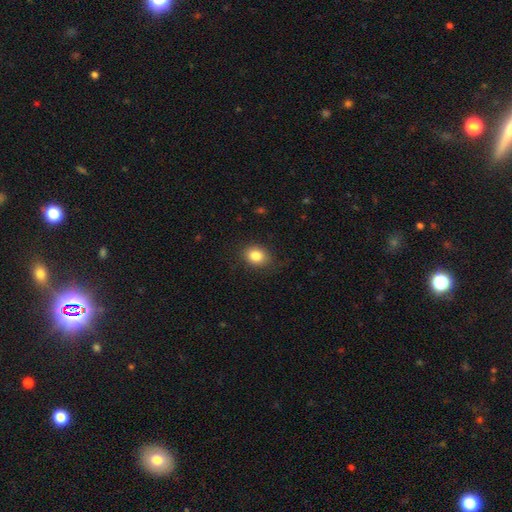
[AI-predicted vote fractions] smooth_or_featured: smooth (p=0.84) [alt: star or artifact p=0.10]
how_rounded: round (p=0.51) [alt: in between p=0.48]
merging: none (p=0.84) [alt: minor disturbance p=0.12]